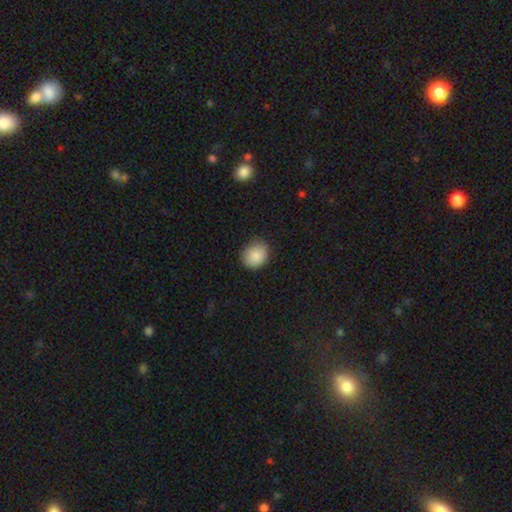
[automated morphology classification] Overall: smooth (87%). How rounded: round (58%; in between 41%). Merging: none (82%).